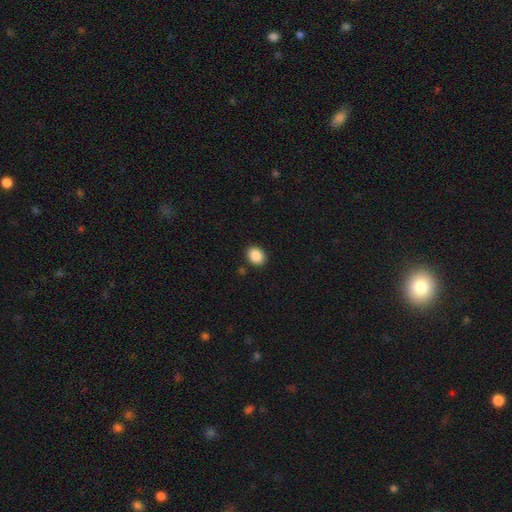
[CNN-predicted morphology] A smooth galaxy with no disk features (88%) that is in between round and cigar-shaped (54%). Merging: none (88%).